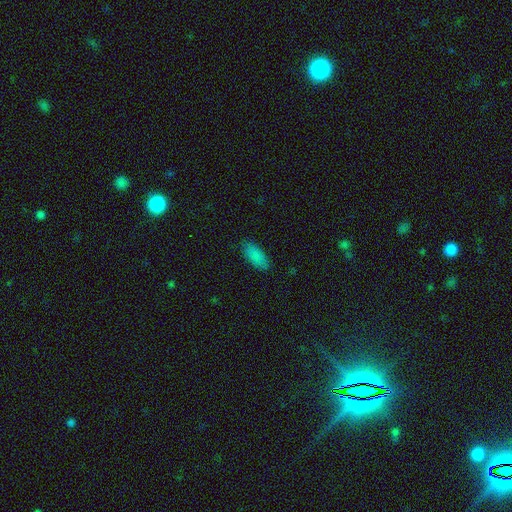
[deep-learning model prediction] A smooth galaxy with no disk features (87%) that is in between round and cigar-shaped (84%).

Vote fractions:
- Smooth or featured? smooth: 87% / star or artifact: 7% / featured or disk: 6%
- How rounded? in between: 84% / cigar-shaped: 14% / round: 2%
- Merging? none: 85% / minor disturbance: 12% / major disturbance: 2% / merger: 1%